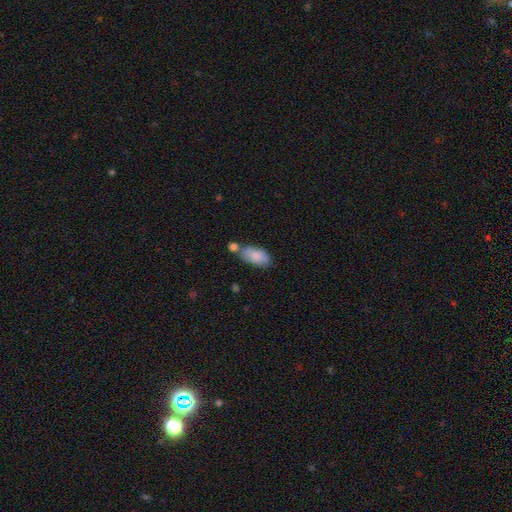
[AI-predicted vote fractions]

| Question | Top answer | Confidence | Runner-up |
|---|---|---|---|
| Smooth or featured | smooth | 83% | featured or disk (10%) |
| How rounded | in between | 92% | cigar-shaped (4%) |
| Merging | none | 46% | merger (28%) |